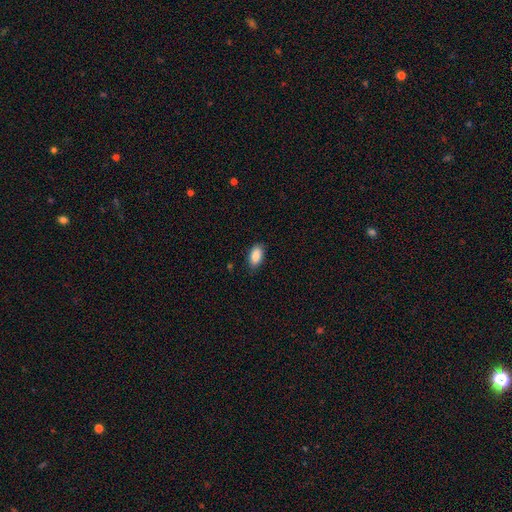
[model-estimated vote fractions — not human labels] Smooth or featured?
  - smooth: 89% *
  - star or artifact: 7%
  - featured or disk: 4%
How rounded?
  - in between: 93% *
  - round: 4%
  - cigar-shaped: 3%
Merging?
  - none: 85% *
  - minor disturbance: 12%
  - major disturbance: 2%
  - merger: 1%